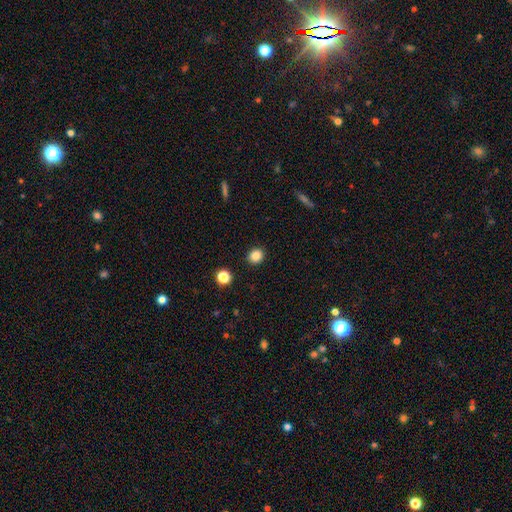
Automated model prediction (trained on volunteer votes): Smooth or featured: smooth — 86% (star or artifact — 11%)
How rounded: round — 79% (in between — 20%)
Merging: none — 91% (minor disturbance — 5%)